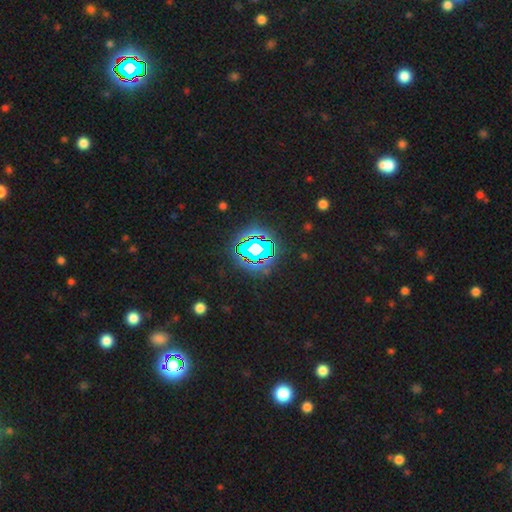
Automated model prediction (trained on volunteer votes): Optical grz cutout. It shows a star or artifact, not a galaxy (75%).